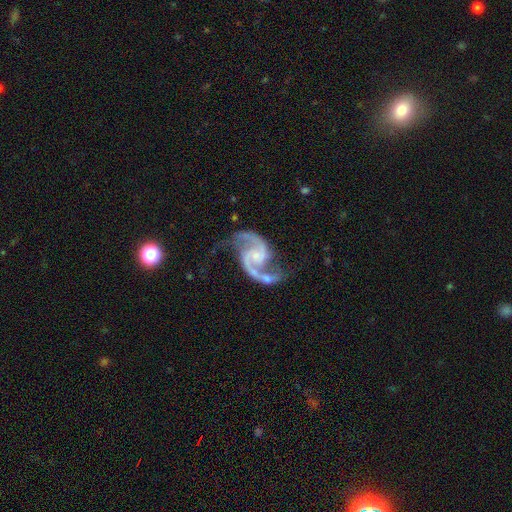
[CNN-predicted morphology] type=featured or disk (93%); edge-on=no (98%); bar=no (52%); spiral arms=yes (98%); winding=medium (51%); arm count=2 (93%); bulge=small (50%); merging=none (58%).